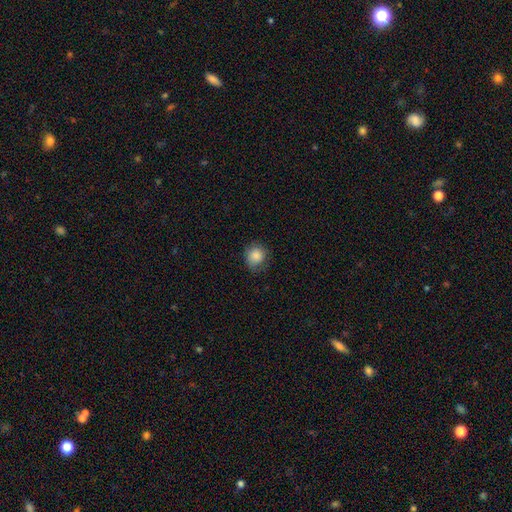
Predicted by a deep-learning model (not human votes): This is clearly a smooth galaxy (86%). How rounded: clearly round (83%). Merging: likely none (76%).